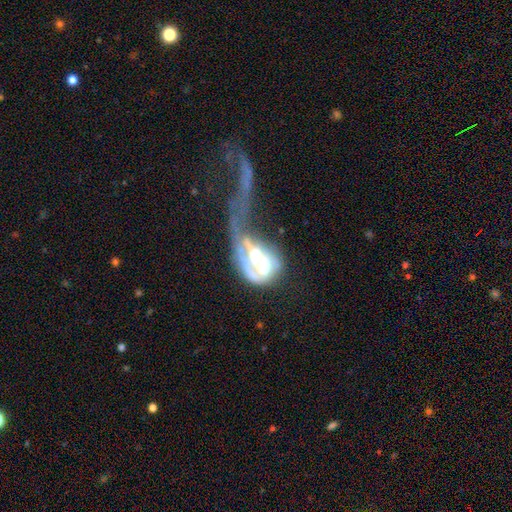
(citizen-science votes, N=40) Smooth or featured? 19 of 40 (48%) said featured or disk. Edge-on disk? 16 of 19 (84%) said no. Bar? 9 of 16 (56%) said no. Spiral arms? 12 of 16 (75%) said no. Bulge size? 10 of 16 (62%) said moderate. Merging? 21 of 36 (58%) said merger.